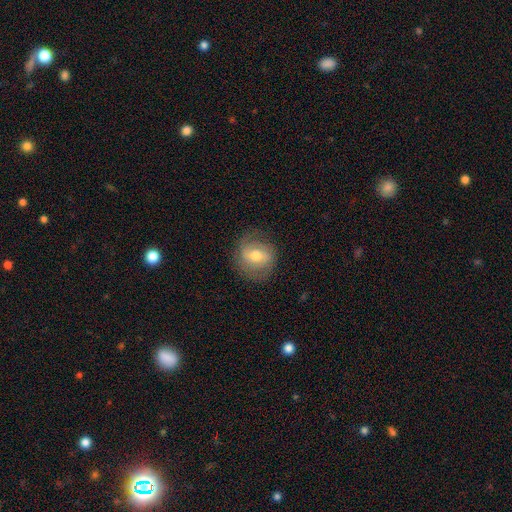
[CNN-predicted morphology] Smooth or featured: featured or disk — 46% (smooth — 45%)
Merging: none — 77% (minor disturbance — 15%)